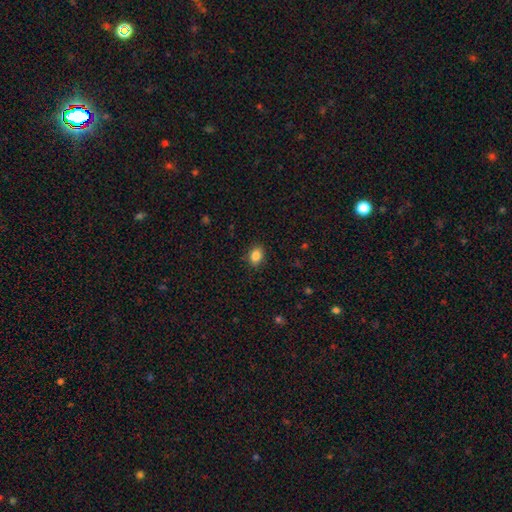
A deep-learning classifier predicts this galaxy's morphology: Smooth or featured? smooth (86%)
How rounded? in between (69%)
Merging? none (88%)